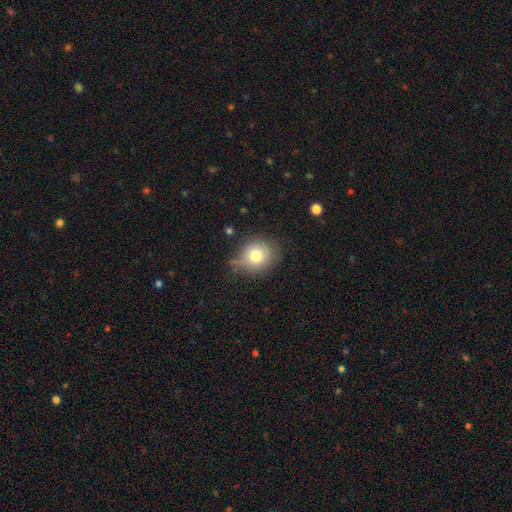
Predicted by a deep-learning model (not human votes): Morphology: type=smooth (76%); roundness=round (75%); merging=none (68%).